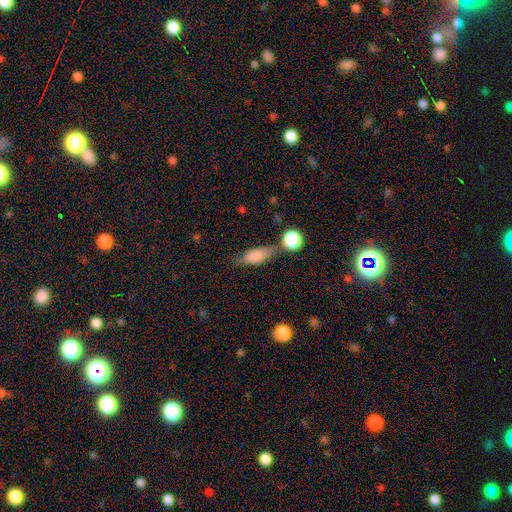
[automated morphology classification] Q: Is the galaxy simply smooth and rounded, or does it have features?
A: smooth — 79%.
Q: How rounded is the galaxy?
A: in between — 74%.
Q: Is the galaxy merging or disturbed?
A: none — 55%.